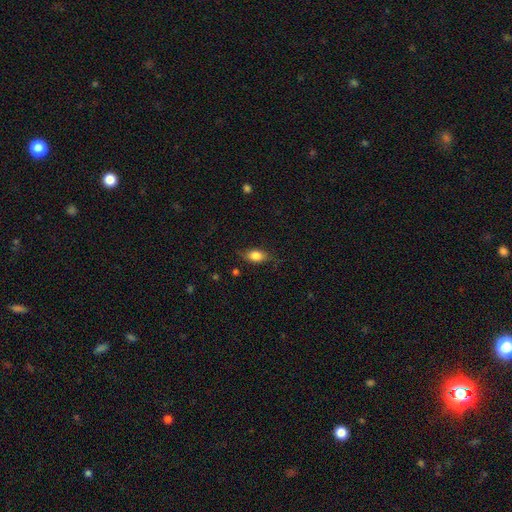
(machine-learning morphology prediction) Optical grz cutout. It shows a smooth galaxy with no disk features (79%) that is in between round and cigar-shaped (81%). Merging: none (75%).